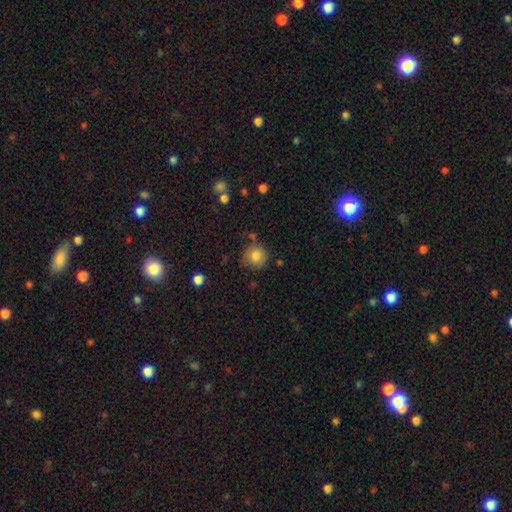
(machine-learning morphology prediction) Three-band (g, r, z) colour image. It shows a smooth galaxy with no disk features (81%) that is round (91%). Merging: none (75%).